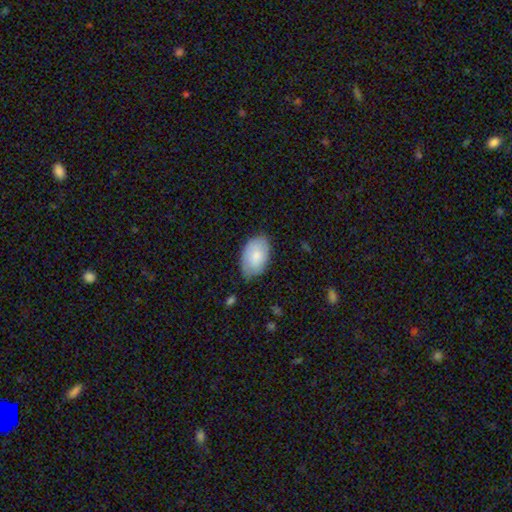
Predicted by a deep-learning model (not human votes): Q: Smooth or featured?
A: smooth (80%); runner-up: featured or disk (15%)
Q: How rounded?
A: in between (93%); runner-up: round (6%)
Q: Merging?
A: none (74%); runner-up: minor disturbance (21%)